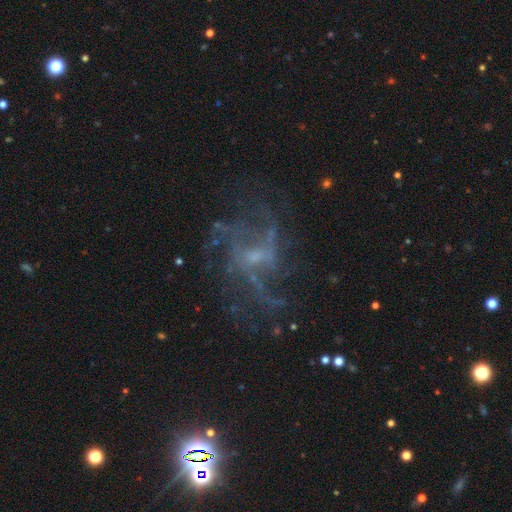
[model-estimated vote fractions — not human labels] Smooth or featured: featured or disk — 78% (star or artifact — 14%)
Edge-on disk: no — 97% (yes — 3%)
Bar: no — 52% (weak — 40%)
Spiral arms: yes — 82% (no — 18%)
Spiral winding: loose — 53% (medium — 34%)
Spiral arm count: can't tell — 32% (4 — 19%)
Bulge size: small — 59% (moderate — 25%)
Merging: none — 58% (major disturbance — 24%)